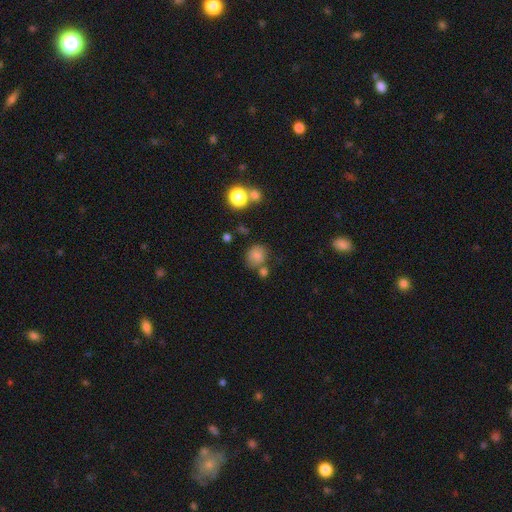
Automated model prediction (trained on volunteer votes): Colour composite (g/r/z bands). It shows a smooth galaxy with no disk features (79%) that is round (72%). Merging: none (63%).